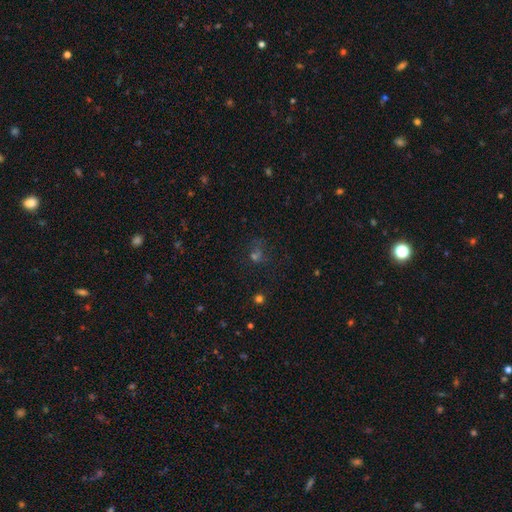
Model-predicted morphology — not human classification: star or artifact 44%, smooth 40%, featured or disk 16%.